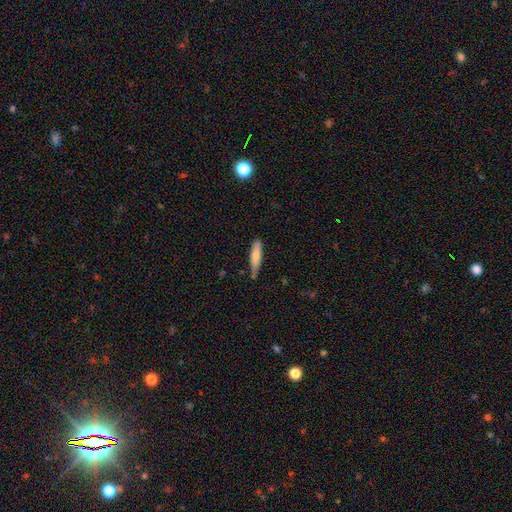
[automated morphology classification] Smooth or featured?
  - smooth: 71% *
  - featured or disk: 23%
  - star or artifact: 6%
How rounded?
  - cigar-shaped: 79% *
  - in between: 19%
  - round: 2%
Merging?
  - none: 66% *
  - minor disturbance: 27%
  - major disturbance: 4%
  - merger: 4%